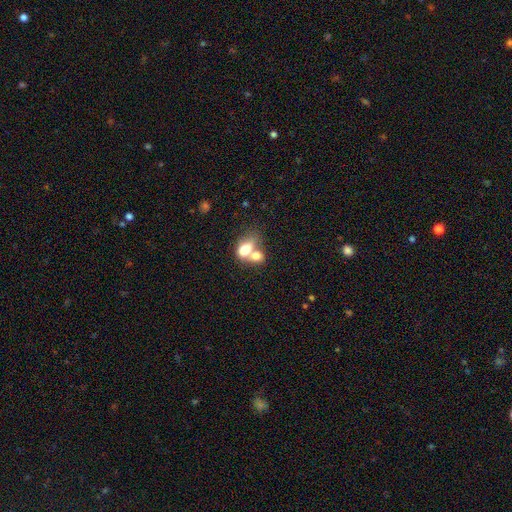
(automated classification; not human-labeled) Q: Smooth or featured?
A: smooth (70%); runner-up: featured or disk (20%)
Q: How rounded?
A: in between (73%); runner-up: round (25%)
Q: Merging?
A: merger (69%); runner-up: none (19%)